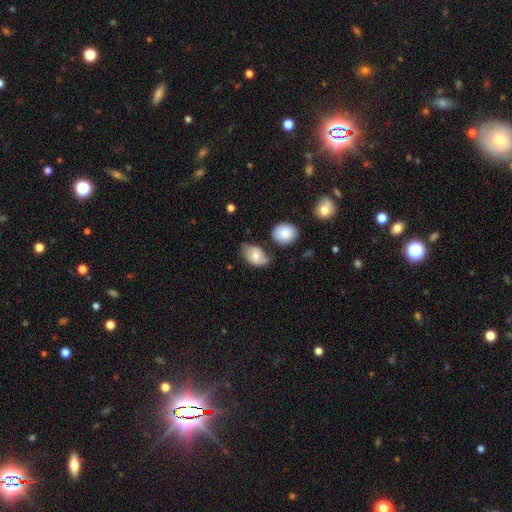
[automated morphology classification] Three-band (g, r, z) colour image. It shows a smooth galaxy with no disk features (64%) that is in between round and cigar-shaped (85%). Merging: none (47%).